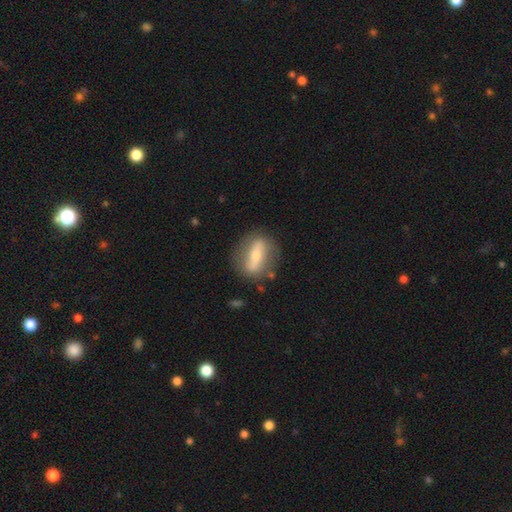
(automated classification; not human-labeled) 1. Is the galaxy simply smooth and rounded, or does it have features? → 55% featured or disk, 39% smooth, 7% star or artifact.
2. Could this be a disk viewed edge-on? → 69% no, 31% yes.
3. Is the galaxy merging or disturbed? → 78% none, 14% minor disturbance, 6% major disturbance, 2% merger.